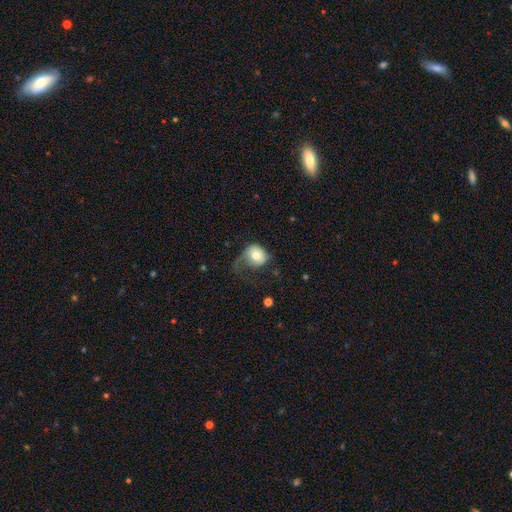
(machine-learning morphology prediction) smooth 66%, featured or disk 27%, star or artifact 7%. Down the decision tree: how rounded — round (66%); merging — major disturbance (49%).